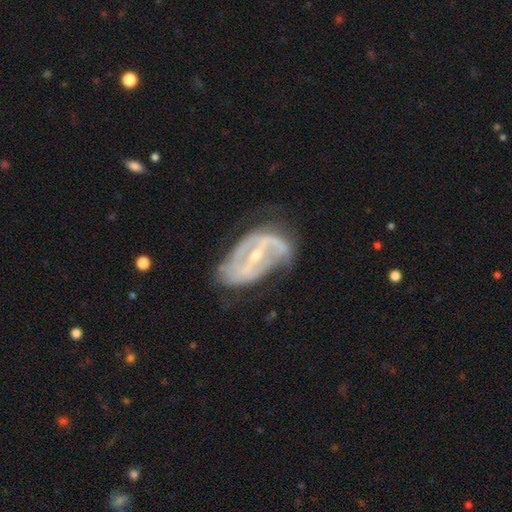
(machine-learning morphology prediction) A featured or disk galaxy (84%) with a strong bar (58%), 2 (59%) medium (39%) spiral arms (80%) and a small central bulge (65%). Merging: none (48%).